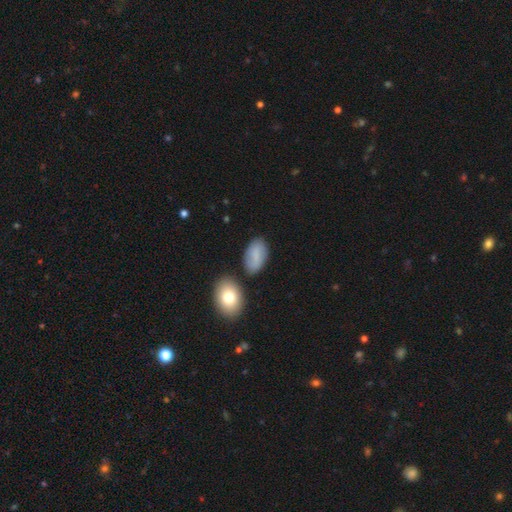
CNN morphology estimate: smooth 71%, featured or disk 21%, star or artifact 8%. Down the decision tree: how rounded — in between (92%); merging — none (74%).